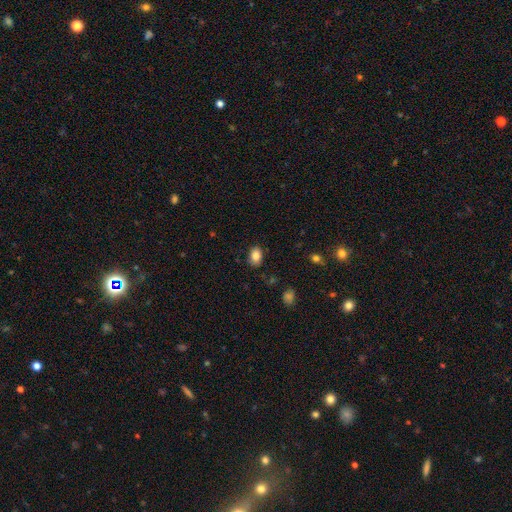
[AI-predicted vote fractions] Smooth or featured: smooth — 85% (star or artifact — 9%)
How rounded: in between — 80% (round — 19%)
Merging: none — 85% (minor disturbance — 11%)